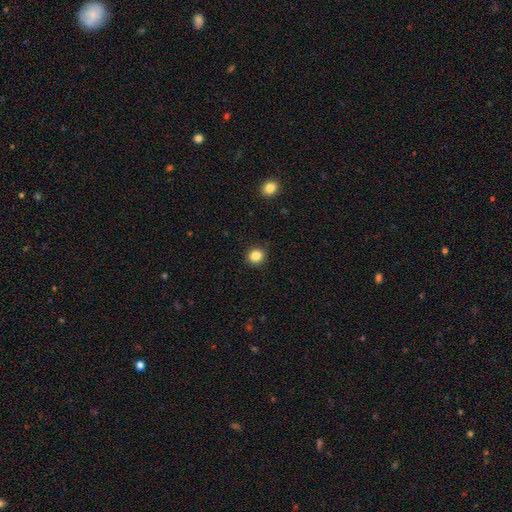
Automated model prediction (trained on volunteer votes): smooth-or-featured: smooth: 85% | star or artifact: 11% | featured or disk: 4%
  how-rounded: round: 81% | in between: 18% | cigar-shaped: 1%
  merging: none: 90% | minor disturbance: 7% | major disturbance: 2% | merger: 1%